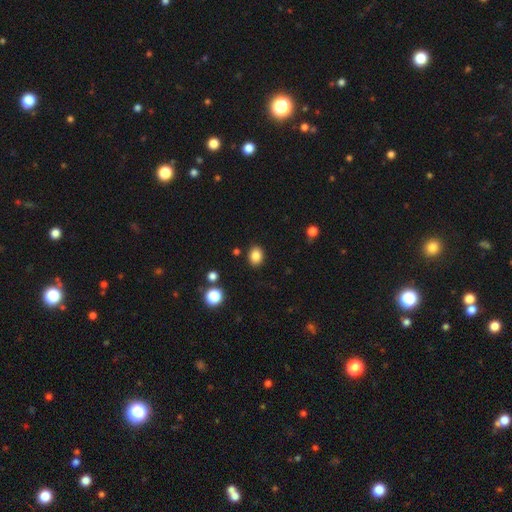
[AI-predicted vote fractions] Smooth or featured: smooth — 85% (star or artifact — 10%)
How rounded: in between — 56% (round — 43%)
Merging: none — 88% (minor disturbance — 8%)